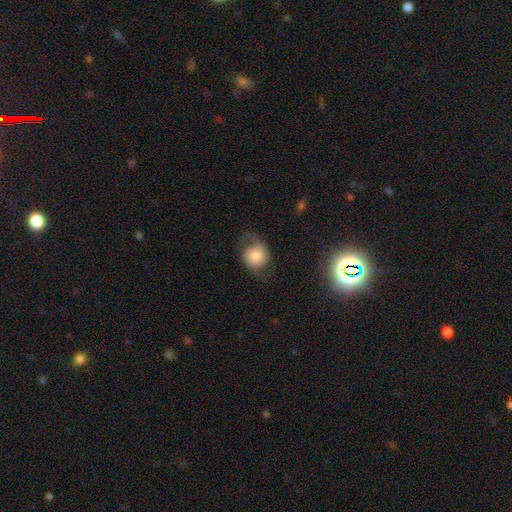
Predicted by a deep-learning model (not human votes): smooth-or-featured: smooth: 55% | featured or disk: 36% | star or artifact: 9%
  how-rounded: round: 78% | in between: 21% | cigar-shaped: 1%
  merging: none: 51% | minor disturbance: 25% | major disturbance: 22% | merger: 2%